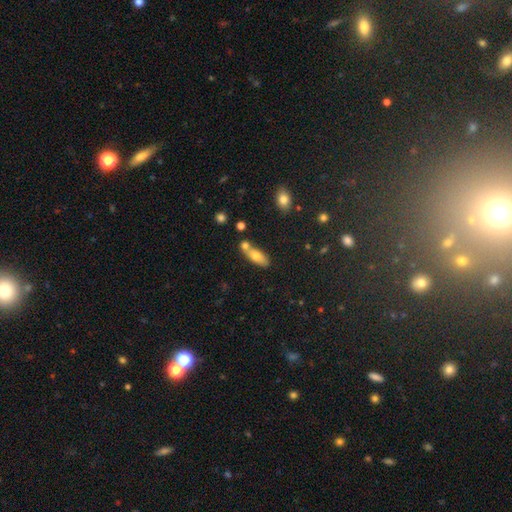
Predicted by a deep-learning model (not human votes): smooth-or-featured: smooth: 71% | featured or disk: 20% | star or artifact: 8%
  how-rounded: in between: 69% | cigar-shaped: 28% | round: 4%
  merging: none: 48% | merger: 35% | minor disturbance: 13% | major disturbance: 4%